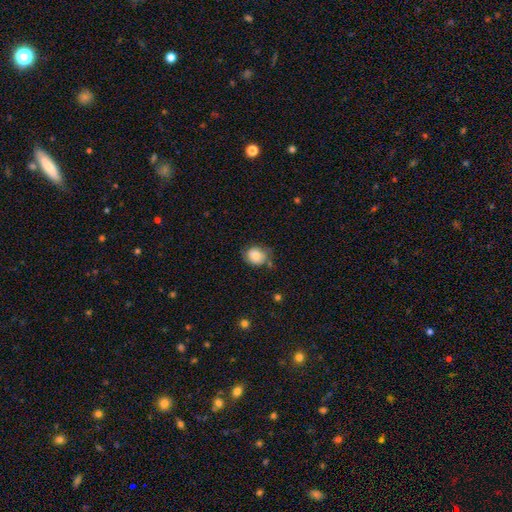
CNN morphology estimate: Smooth or featured?
  - smooth: 81% *
  - featured or disk: 11%
  - star or artifact: 9%
How rounded?
  - round: 63% *
  - in between: 36%
  - cigar-shaped: 1%
Merging?
  - none: 63% *
  - minor disturbance: 26%
  - major disturbance: 7%
  - merger: 4%